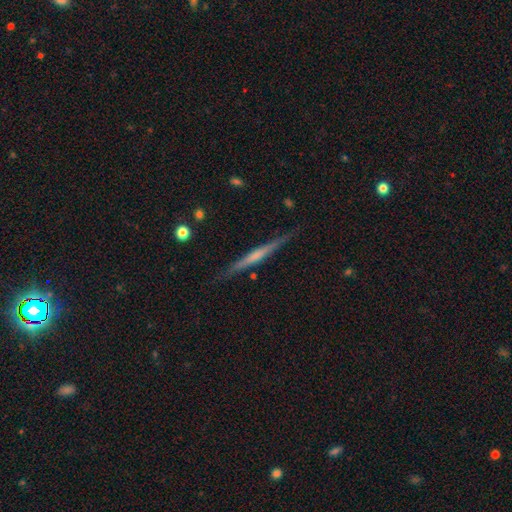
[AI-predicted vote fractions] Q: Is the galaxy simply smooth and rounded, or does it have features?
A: featured or disk — 66%.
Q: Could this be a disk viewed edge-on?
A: yes — 98%.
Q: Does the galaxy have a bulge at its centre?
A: none — 54%.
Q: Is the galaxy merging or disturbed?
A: none — 88%.